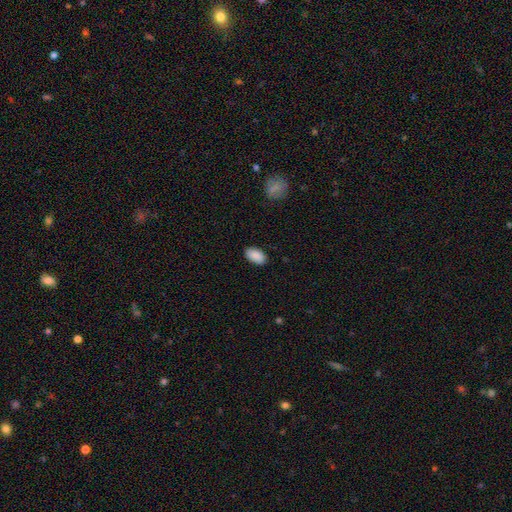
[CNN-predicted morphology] Q: Smooth or featured?
A: smooth (90%); runner-up: star or artifact (7%)
Q: How rounded?
A: in between (94%); runner-up: round (4%)
Q: Merging?
A: none (88%); runner-up: minor disturbance (9%)